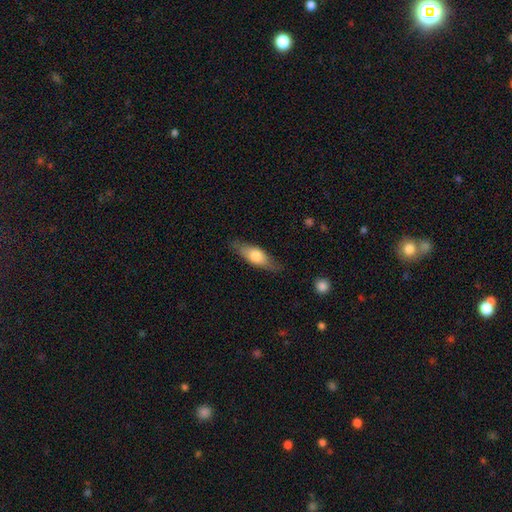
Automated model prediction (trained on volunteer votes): This is likely a smooth galaxy (64%). How rounded: likely in between (61%). Merging: likely none (79%).